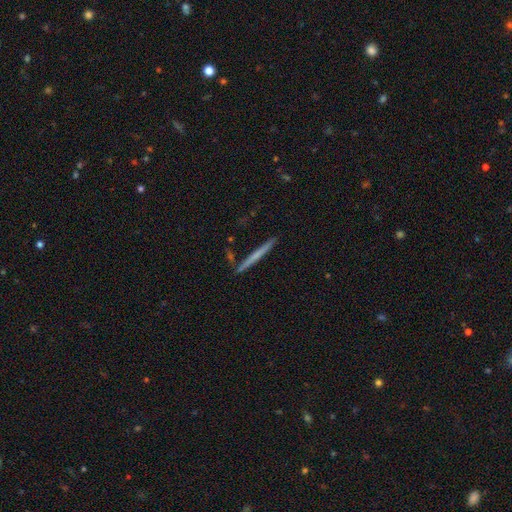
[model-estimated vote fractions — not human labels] This appears to be a smooth galaxy with no disk features (50%) that is cigar-shaped (97%). Merging: none (90%).